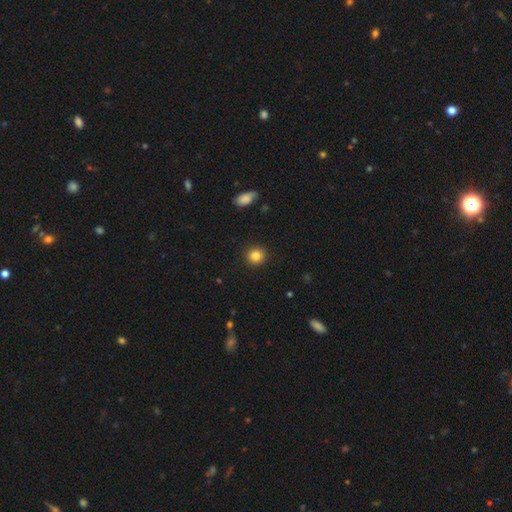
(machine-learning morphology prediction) type=smooth (85%); roundness=round (90%); merging=none (91%).